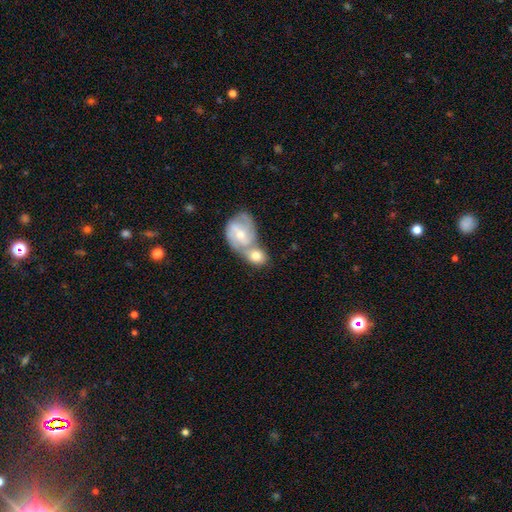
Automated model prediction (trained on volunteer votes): A smooth galaxy with no disk features (56%) that is in between round and cigar-shaped (50%).

Vote fractions:
- Smooth or featured? smooth: 56% / featured or disk: 38% / star or artifact: 6%
- How rounded? in between: 50% / round: 48% / cigar-shaped: 2%
- Merging? merger: 66% / none: 22% / minor disturbance: 8% / major disturbance: 4%